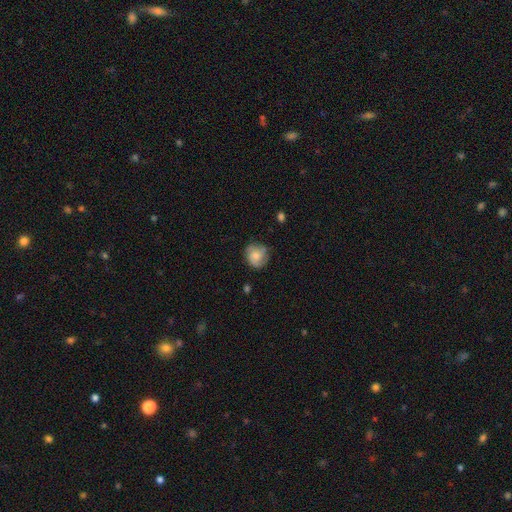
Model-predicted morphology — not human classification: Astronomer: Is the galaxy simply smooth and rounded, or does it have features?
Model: smooth — 58% (runner-up: featured or disk, 34%).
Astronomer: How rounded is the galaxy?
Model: round — 82%.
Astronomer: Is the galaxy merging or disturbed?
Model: none — 73%.